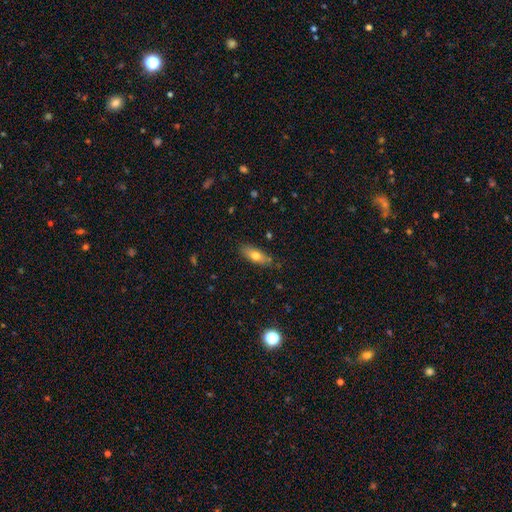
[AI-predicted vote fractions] Smooth or featured?
  - smooth: 70% *
  - featured or disk: 22%
  - star or artifact: 8%
How rounded?
  - in between: 68% *
  - cigar-shaped: 28%
  - round: 3%
Merging?
  - none: 79% *
  - minor disturbance: 15%
  - major disturbance: 3%
  - merger: 2%